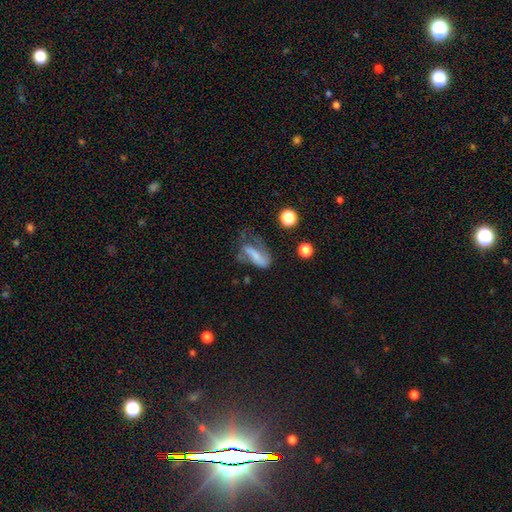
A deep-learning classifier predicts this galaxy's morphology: Smooth or featured?
  - smooth: 49% *
  - featured or disk: 39%
  - star or artifact: 12%
Merging?
  - major disturbance: 41% *
  - none: 27%
  - minor disturbance: 24%
  - merger: 7%